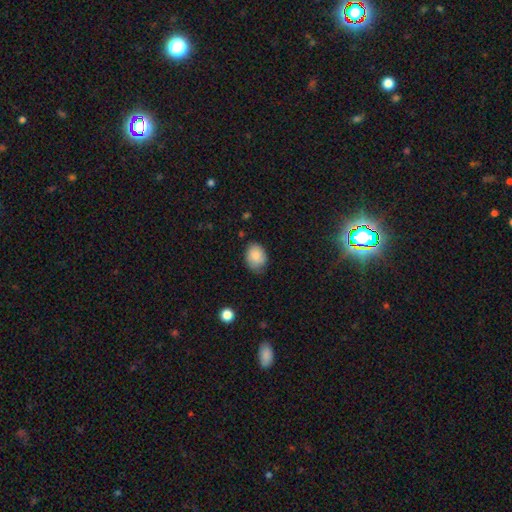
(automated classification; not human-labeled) Morphology: type=smooth (84%); roundness=in between (65%); merging=none (66%).